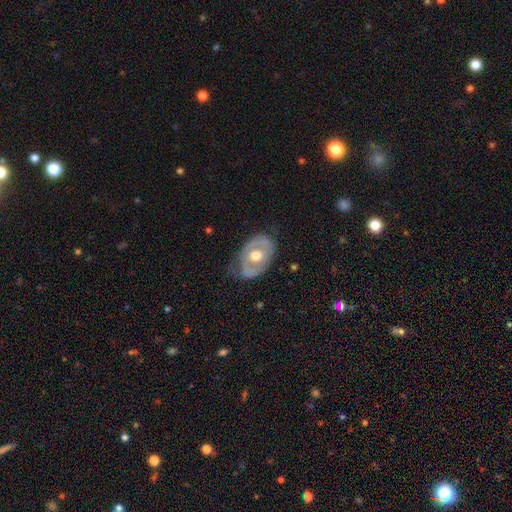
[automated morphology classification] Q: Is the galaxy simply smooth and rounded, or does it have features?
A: featured or disk — 61%.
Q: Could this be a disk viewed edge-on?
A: no — 93%.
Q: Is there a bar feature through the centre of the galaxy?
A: no — 80%.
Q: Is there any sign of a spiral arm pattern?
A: no — 71%.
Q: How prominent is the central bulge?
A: moderate — 69%.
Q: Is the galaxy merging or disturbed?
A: none — 62%.